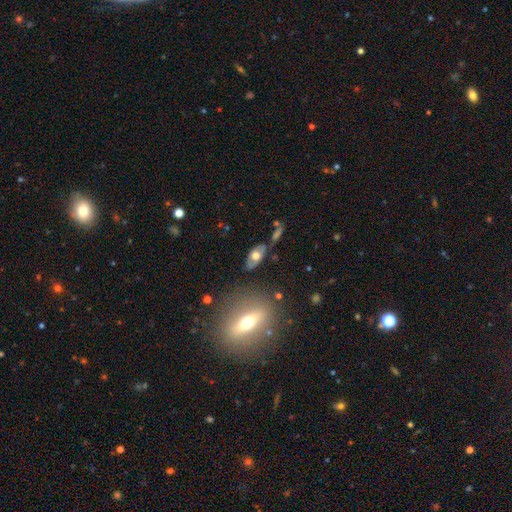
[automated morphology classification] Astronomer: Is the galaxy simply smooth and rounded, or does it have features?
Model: smooth — 49% (runner-up: featured or disk, 43%).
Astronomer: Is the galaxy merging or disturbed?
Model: none — 71%.